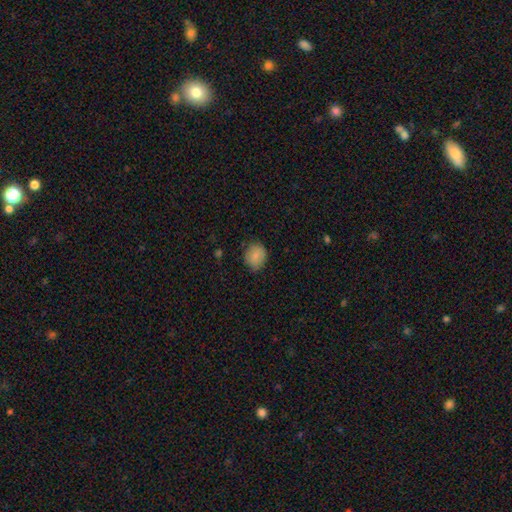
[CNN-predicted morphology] Smooth or featured?
  - smooth: 82% *
  - featured or disk: 10%
  - star or artifact: 8%
How rounded?
  - round: 63% *
  - in between: 36%
  - cigar-shaped: 1%
Merging?
  - none: 75% *
  - minor disturbance: 20%
  - major disturbance: 4%
  - merger: 1%